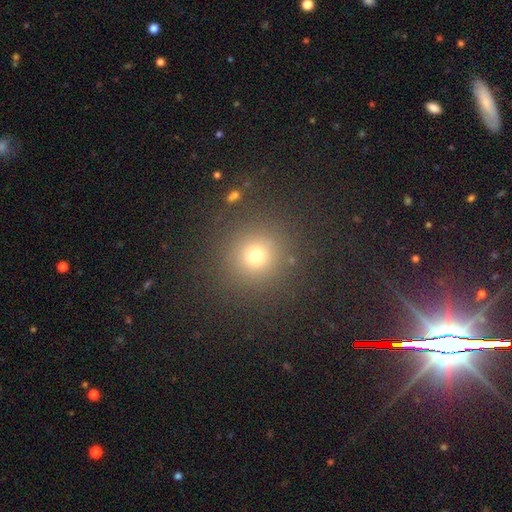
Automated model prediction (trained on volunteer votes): smooth 72%, star or artifact 21%, featured or disk 8%. Down the decision tree: how rounded — round (94%); merging — none (88%).